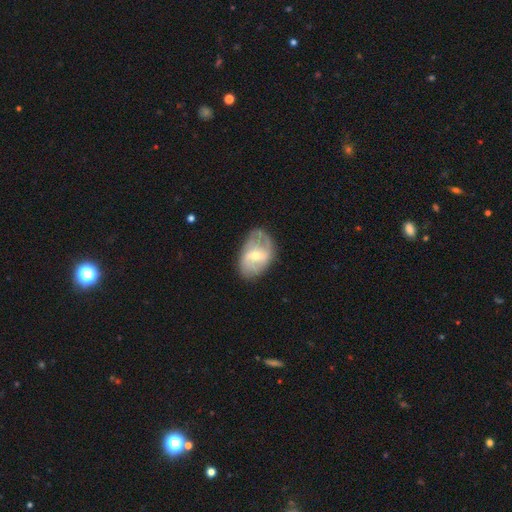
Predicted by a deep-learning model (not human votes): Q: Smooth or featured?
A: featured or disk (68%); runner-up: smooth (26%)
Q: Edge-on disk?
A: no (95%); runner-up: yes (5%)
Q: Bar?
A: weak (51%); runner-up: no (29%)
Q: Spiral arms?
A: yes (80%); runner-up: no (20%)
Q: Spiral winding?
A: medium (41%); runner-up: loose (34%)
Q: Spiral arm count?
A: 2 (63%); runner-up: can't tell (21%)
Q: Bulge size?
A: moderate (58%); runner-up: small (37%)
Q: Merging?
A: none (65%); runner-up: minor disturbance (24%)